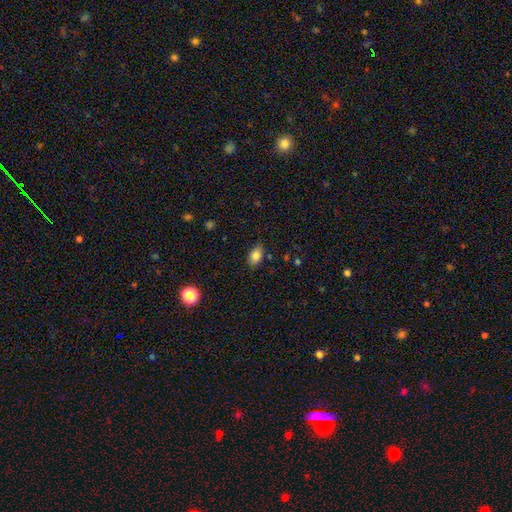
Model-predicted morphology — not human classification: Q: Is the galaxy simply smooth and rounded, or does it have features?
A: smooth — 83%.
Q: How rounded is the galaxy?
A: in between — 86%.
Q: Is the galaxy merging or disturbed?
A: none — 83%.